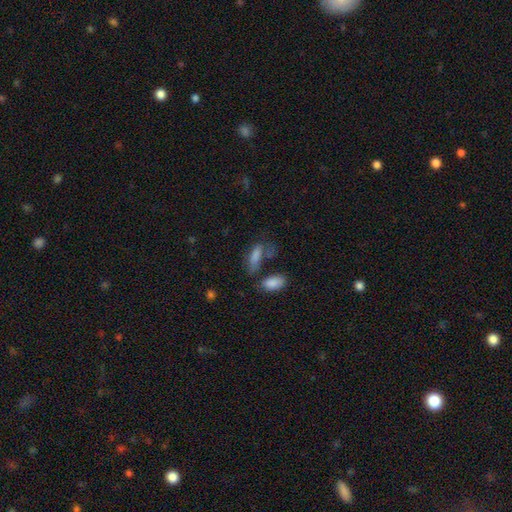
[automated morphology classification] Smooth or featured?
  - smooth: 73% *
  - featured or disk: 14%
  - star or artifact: 12%
How rounded?
  - in between: 68% *
  - cigar-shaped: 28%
  - round: 4%
Merging?
  - none: 43% *
  - merger: 24%
  - minor disturbance: 19%
  - major disturbance: 13%